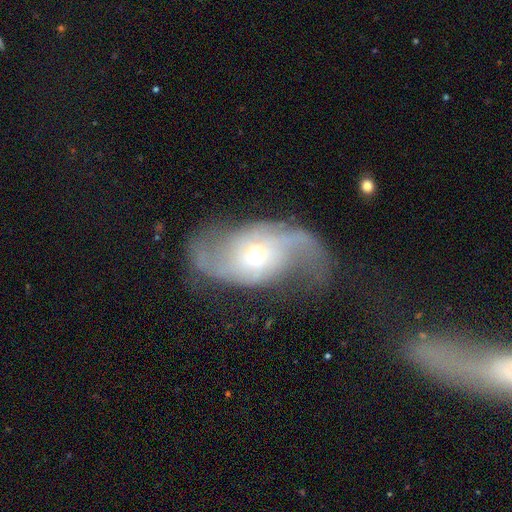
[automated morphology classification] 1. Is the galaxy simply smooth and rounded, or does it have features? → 84% featured or disk, 9% smooth, 7% star or artifact.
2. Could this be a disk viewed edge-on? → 96% no, 4% yes.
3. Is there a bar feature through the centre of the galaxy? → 57% no, 32% weak, 11% strong.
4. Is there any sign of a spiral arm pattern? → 94% yes, 6% no.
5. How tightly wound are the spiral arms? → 61% loose, 30% medium, 9% tight.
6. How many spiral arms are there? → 86% 2, 5% can't tell, 3% 1, 3% 3, 2% 4, 1% more than 4.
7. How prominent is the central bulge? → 62% small, 33% moderate, 3% large, 1% dominant, 1% none.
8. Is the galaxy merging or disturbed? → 58% none, 20% major disturbance, 19% minor disturbance, 3% merger.